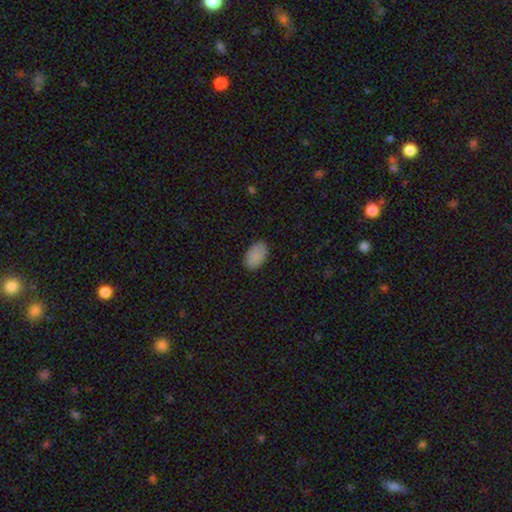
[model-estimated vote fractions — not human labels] A smooth galaxy with no disk features (87%) that is in between round and cigar-shaped (92%). Merging: none (86%).